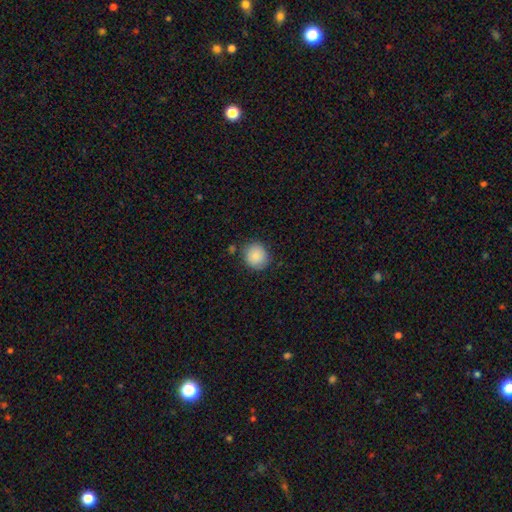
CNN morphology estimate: type=smooth (87%); roundness=round (89%); merging=none (84%).